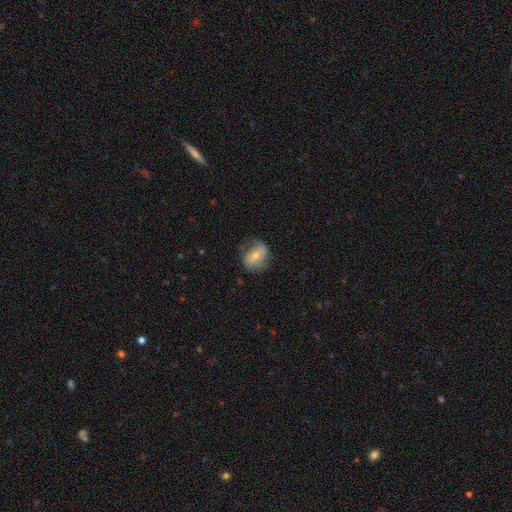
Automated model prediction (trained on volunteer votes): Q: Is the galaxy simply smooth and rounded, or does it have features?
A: smooth — 52%.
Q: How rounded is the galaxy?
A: in between — 58%.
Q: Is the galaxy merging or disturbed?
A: none — 63%.